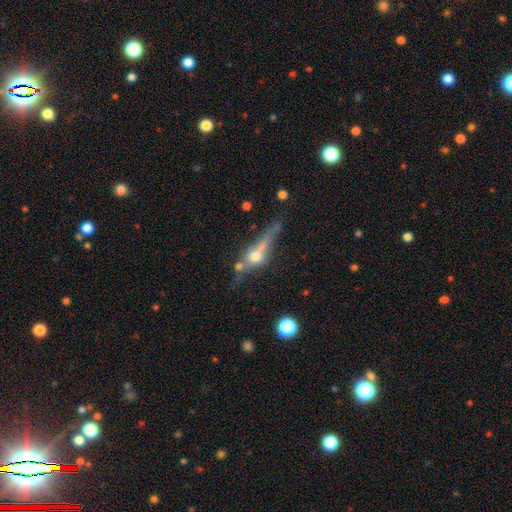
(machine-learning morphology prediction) type=featured or disk (57%); edge-on=yes (79%); merging=none (47%).